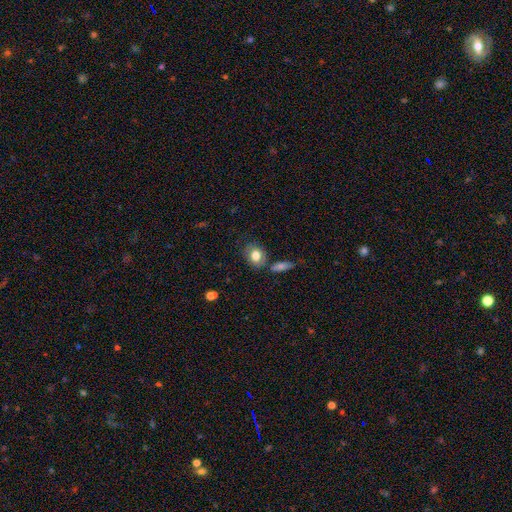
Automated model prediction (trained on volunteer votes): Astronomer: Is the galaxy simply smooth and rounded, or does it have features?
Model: smooth — 78%.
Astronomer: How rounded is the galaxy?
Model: in between — 56% (runner-up: round, 42%).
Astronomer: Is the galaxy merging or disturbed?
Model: none — 72%.